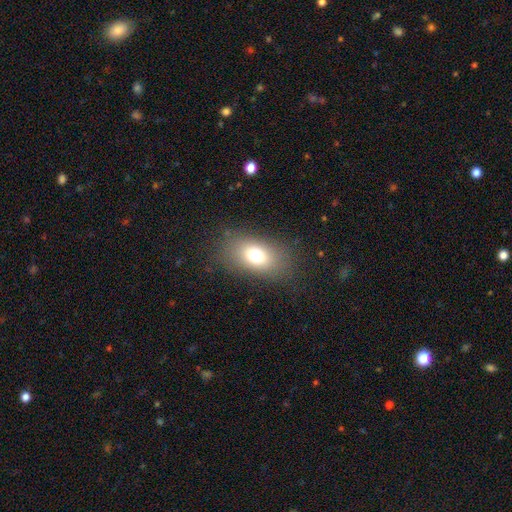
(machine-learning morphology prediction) Q: Smooth or featured?
A: smooth (73%); runner-up: featured or disk (14%)
Q: How rounded?
A: in between (82%); runner-up: round (16%)
Q: Merging?
A: none (82%); runner-up: minor disturbance (11%)